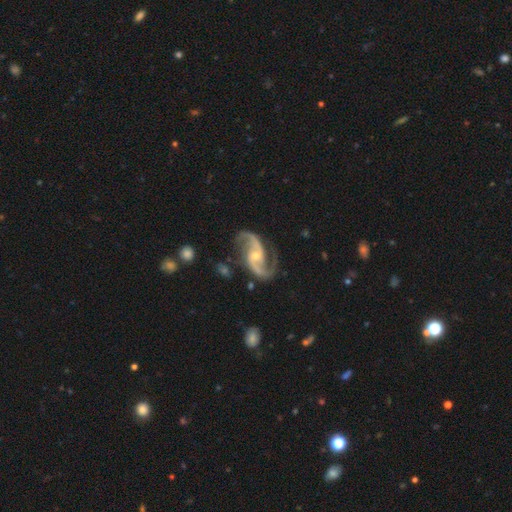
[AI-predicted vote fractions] A featured or disk galaxy (94%) with no bar (48%), 2 (94%) medium (50%) spiral arms (98%) and a small central bulge (57%).

Vote fractions:
- Smooth or featured? featured or disk: 94% / star or artifact: 4% / smooth: 3%
- Edge-on disk? no: 98% / yes: 2%
- Bar? no: 48% / weak: 36% / strong: 16%
- Spiral arms? yes: 98% / no: 2%
- Spiral winding? medium: 50% / loose: 40% / tight: 10%
- Spiral arm count? 2: 94% / 3: 2% / can't tell: 1% / 1: 1% / 4: 1% / more than 4: 1%
- Bulge size? small: 57% / moderate: 38% / none: 2% / large: 2% / dominant: 1%
- Merging? none: 76% / minor disturbance: 15% / major disturbance: 7% / merger: 2%